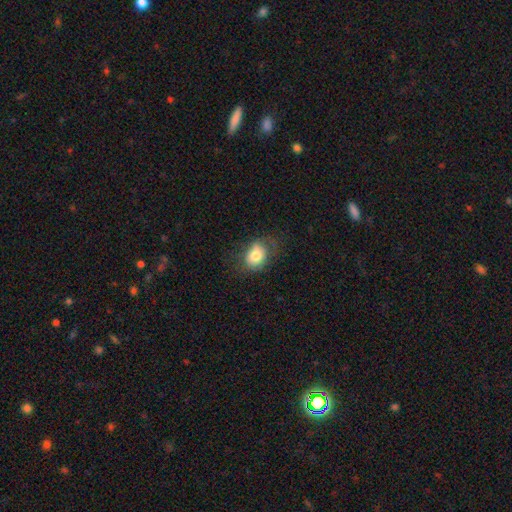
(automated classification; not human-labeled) Smooth or featured? smooth (76%)
How rounded? in between (63%)
Merging? none (58%)